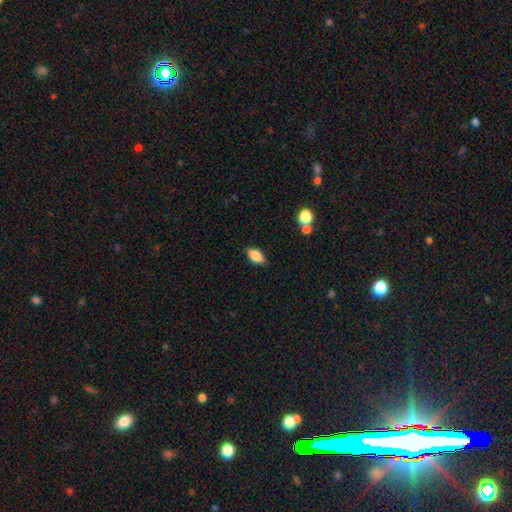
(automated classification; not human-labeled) A smooth galaxy with no disk features (80%) that is in between round and cigar-shaped (88%).

Vote fractions:
- Smooth or featured? smooth: 80% / featured or disk: 12% / star or artifact: 8%
- How rounded? in between: 88% / round: 6% / cigar-shaped: 6%
- Merging? none: 84% / minor disturbance: 11% / major disturbance: 2% / merger: 2%